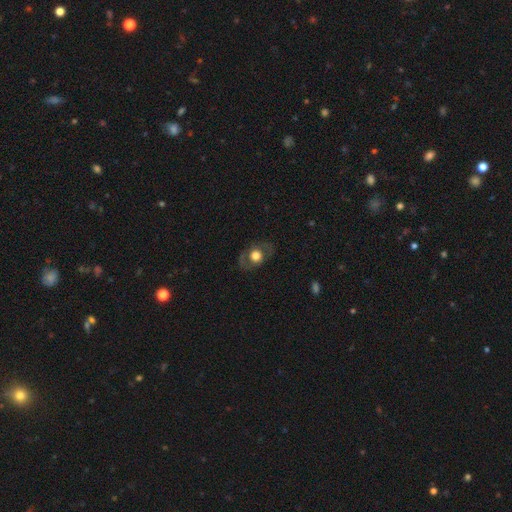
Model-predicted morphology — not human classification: smooth-or-featured: smooth: 47% | featured or disk: 44% | star or artifact: 9%
  merging: none: 78% | minor disturbance: 13% | major disturbance: 8% | merger: 1%